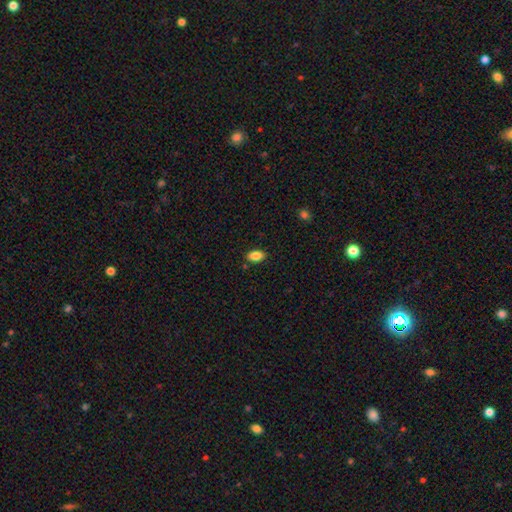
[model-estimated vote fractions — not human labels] Smooth or featured?
  - smooth: 87% *
  - star or artifact: 9%
  - featured or disk: 5%
How rounded?
  - in between: 91% *
  - round: 7%
  - cigar-shaped: 3%
Merging?
  - none: 86% *
  - minor disturbance: 10%
  - major disturbance: 2%
  - merger: 2%